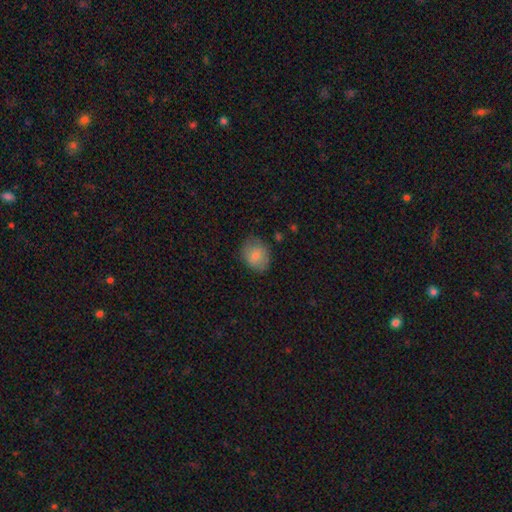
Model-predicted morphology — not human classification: The model was most divided on "how rounded" (2-way tie): round: 50%, in between: 50%, cigar-shaped: 1%. More confident: smooth or featured — smooth (79%); merging — none (76%).